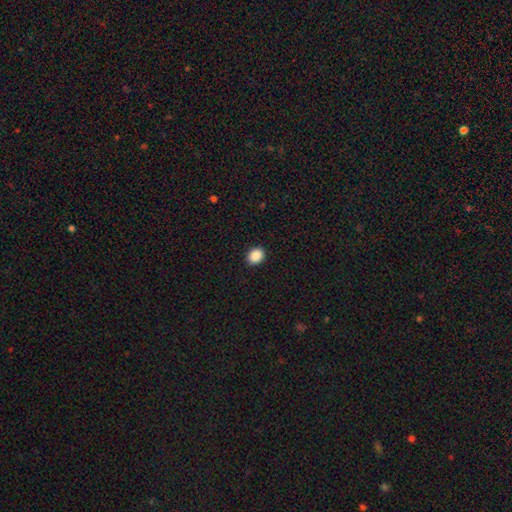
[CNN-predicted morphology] Q: Smooth or featured?
A: smooth (89%); runner-up: star or artifact (8%)
Q: How rounded?
A: in between (50%); runner-up: round (49%)
Q: Merging?
A: none (91%); runner-up: minor disturbance (6%)